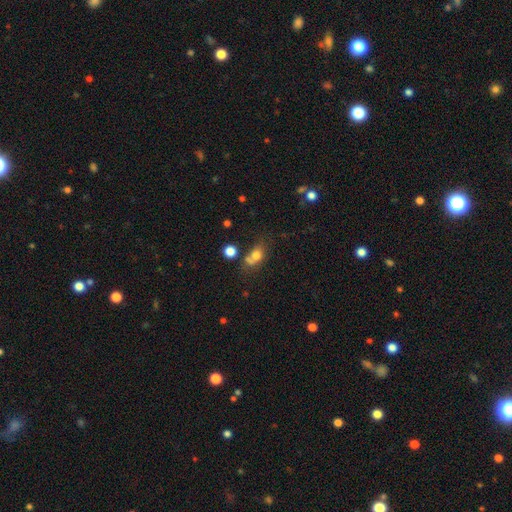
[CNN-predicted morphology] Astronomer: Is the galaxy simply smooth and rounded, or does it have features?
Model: smooth — 72%.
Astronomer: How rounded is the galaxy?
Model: in between — 52% (runner-up: round, 45%).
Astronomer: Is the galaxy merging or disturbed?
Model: none — 41% (runner-up: merger, 33%).